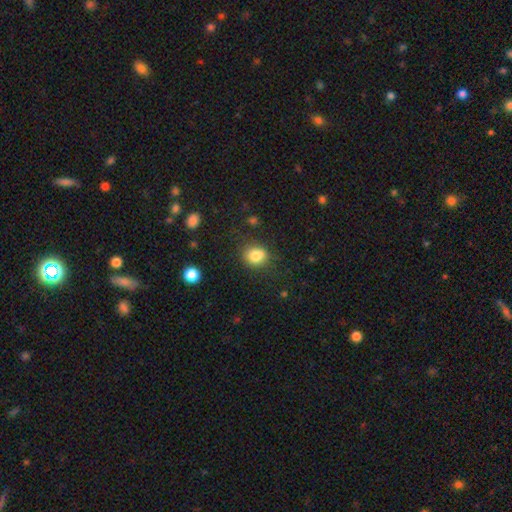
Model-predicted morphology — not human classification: type=smooth (82%); roundness=round (66%); merging=none (76%).